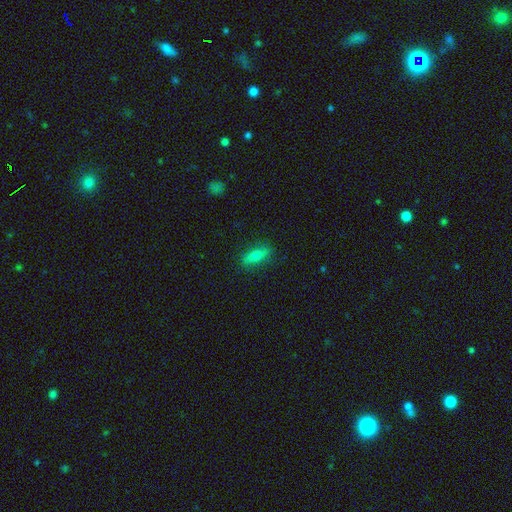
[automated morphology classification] Overall: smooth (68%). How rounded: in between (58%; cigar-shaped 37%). Merging: none (83%).